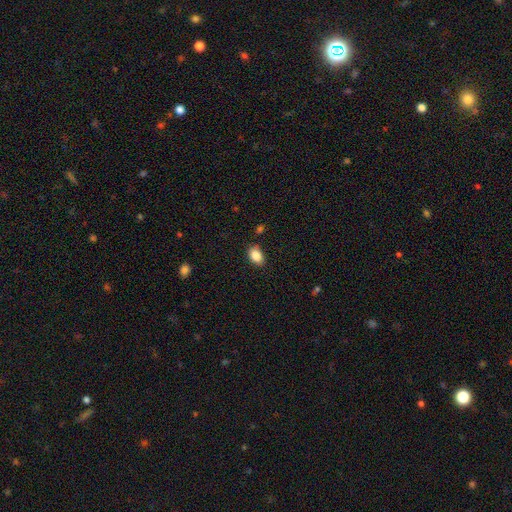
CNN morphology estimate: Smooth or featured: smooth — 87% (star or artifact — 8%)
How rounded: in between — 88% (round — 10%)
Merging: none — 81% (minor disturbance — 14%)